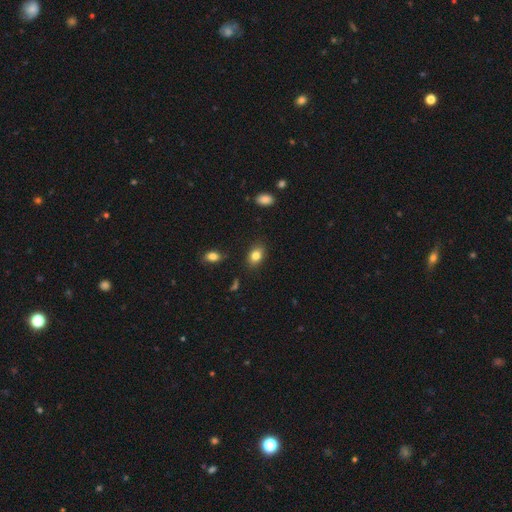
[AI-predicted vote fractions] Morphology: type=smooth (82%); roundness=in between (81%); merging=none (85%).